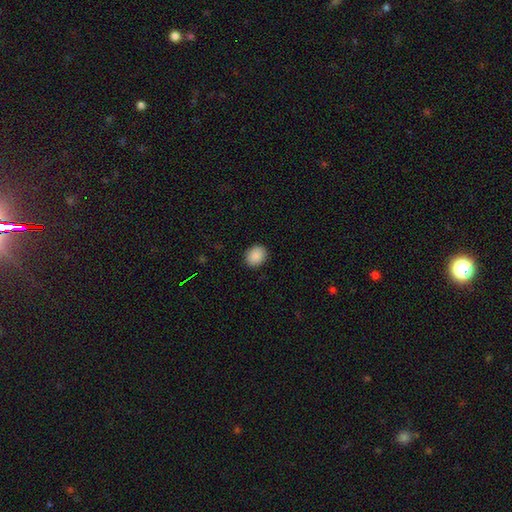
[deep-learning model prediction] Smooth or featured: smooth — 89% (star or artifact — 8%)
How rounded: round — 60% (in between — 39%)
Merging: none — 90% (minor disturbance — 7%)